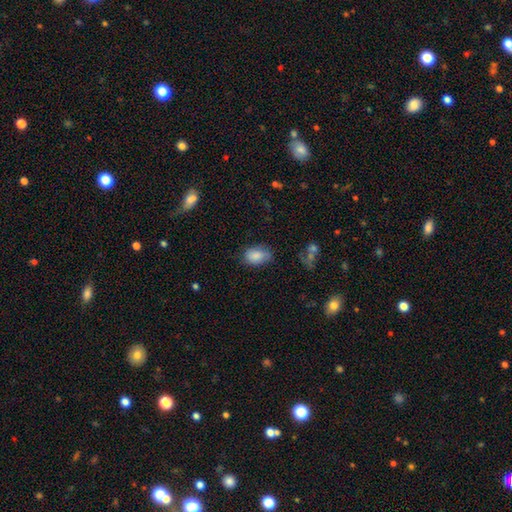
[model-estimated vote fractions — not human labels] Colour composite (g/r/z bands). It shows a smooth galaxy with no disk features (84%) that is in between round and cigar-shaped (85%). Merging: none (63%).